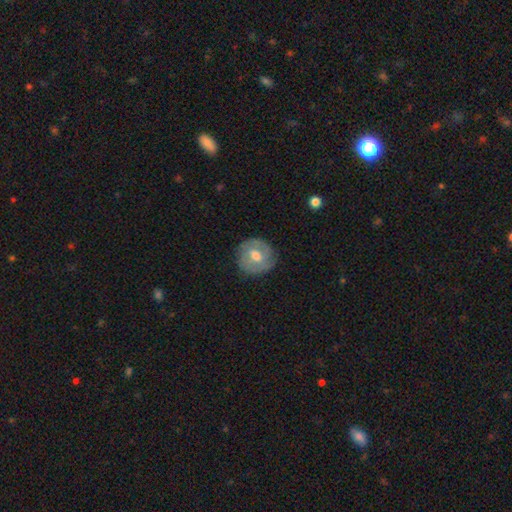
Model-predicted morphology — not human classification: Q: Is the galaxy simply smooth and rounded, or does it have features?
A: featured or disk — 63%.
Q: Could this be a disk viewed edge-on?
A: no — 97%.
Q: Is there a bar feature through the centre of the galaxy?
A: weak — 46%.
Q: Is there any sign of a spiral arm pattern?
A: yes — 79%.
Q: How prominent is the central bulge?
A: moderate — 75%.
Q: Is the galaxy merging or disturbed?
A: none — 81%.